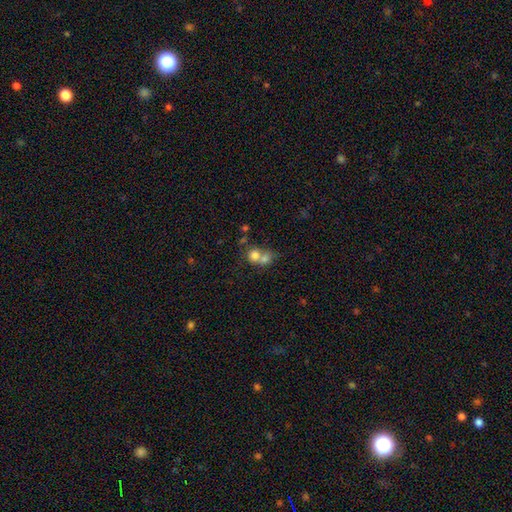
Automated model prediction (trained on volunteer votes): A smooth galaxy with no disk features (74%) that is round (75%). Merging: merger (65%).